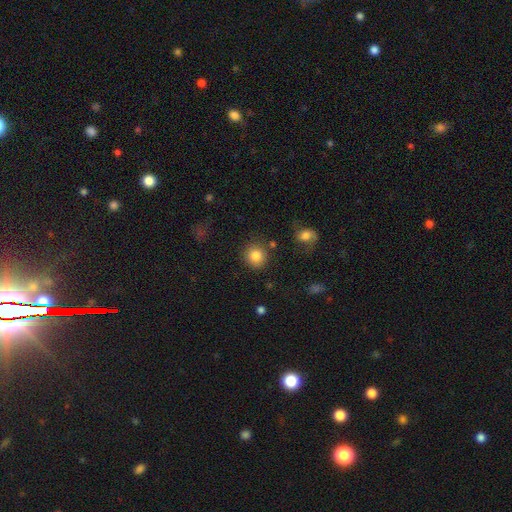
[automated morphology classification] This appears to be a smooth galaxy with no disk features (85%) that is round (90%). Merging: none (84%).